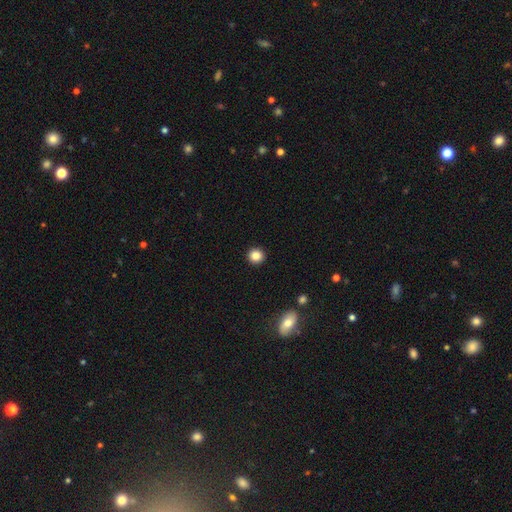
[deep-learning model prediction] Smooth or featured?
  - smooth: 85% *
  - star or artifact: 11%
  - featured or disk: 4%
How rounded?
  - round: 93% *
  - in between: 6%
  - cigar-shaped: 1%
Merging?
  - none: 93% *
  - minor disturbance: 4%
  - major disturbance: 2%
  - merger: 1%